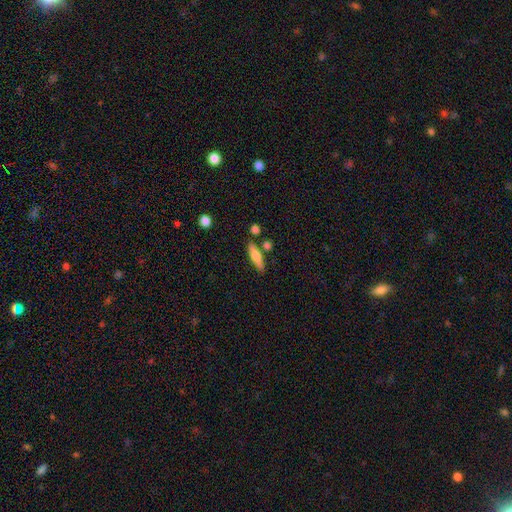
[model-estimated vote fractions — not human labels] Q: Smooth or featured?
A: smooth (64%); runner-up: featured or disk (29%)
Q: How rounded?
A: cigar-shaped (71%); runner-up: in between (27%)
Q: Merging?
A: none (76%); runner-up: minor disturbance (12%)